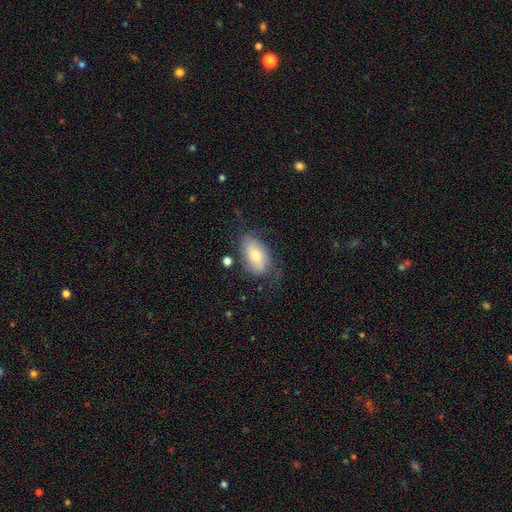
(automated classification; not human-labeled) Overall: smooth (55%; featured or disk 38%). How rounded: in between (91%). Merging: none (56%; minor disturbance 26%).